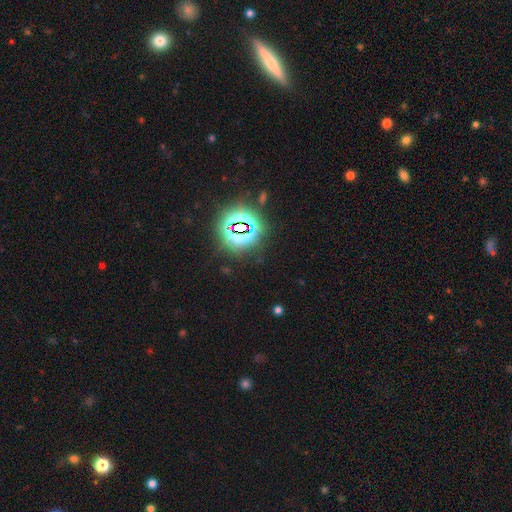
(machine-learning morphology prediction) This appears to be a star or artifact, not a galaxy (78%).